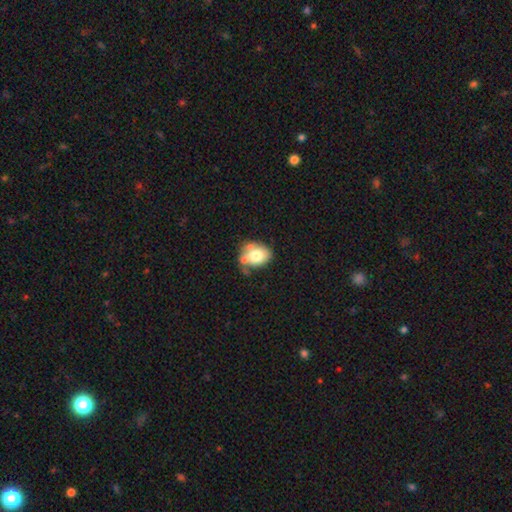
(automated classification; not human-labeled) smooth-or-featured: smooth: 71% | featured or disk: 20% | star or artifact: 9%
  how-rounded: in between: 53% | round: 46% | cigar-shaped: 1%
  merging: none: 43% | merger: 24% | minor disturbance: 23% | major disturbance: 9%